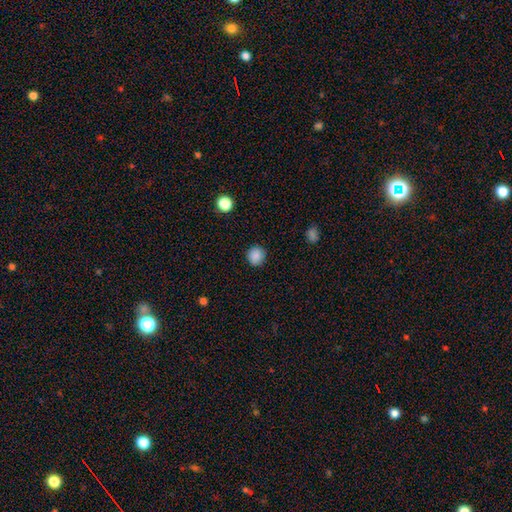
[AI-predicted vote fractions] A smooth galaxy with no disk features (87%) that is round (91%). Merging: none (88%).